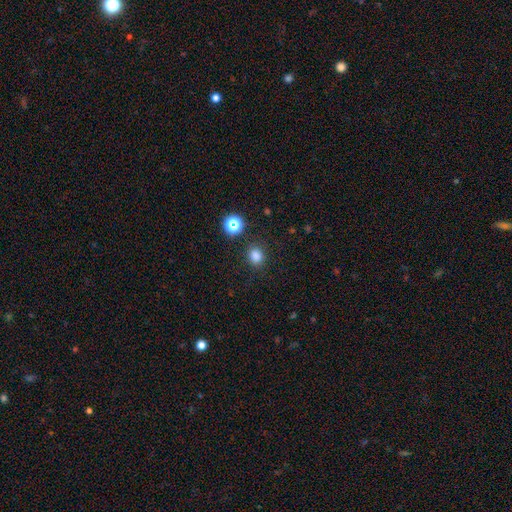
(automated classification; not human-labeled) Overall: smooth (80%). How rounded: round (73%). Merging: none (85%).